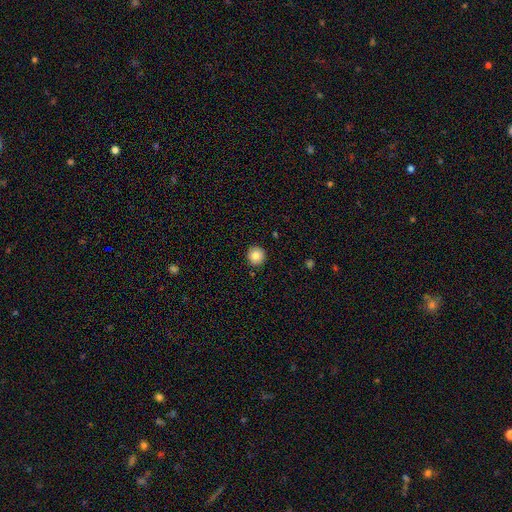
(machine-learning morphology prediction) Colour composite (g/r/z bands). It shows a smooth galaxy with no disk features (85%) that is round (95%). Merging: none (92%).